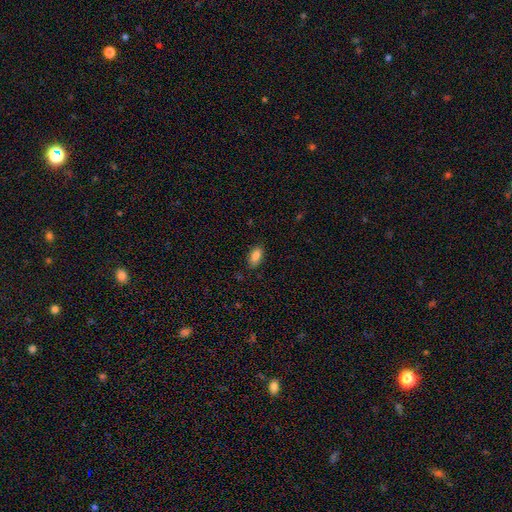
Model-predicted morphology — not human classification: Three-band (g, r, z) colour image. It shows a smooth galaxy with no disk features (86%) that is in between round and cigar-shaped (91%). Merging: none (84%).